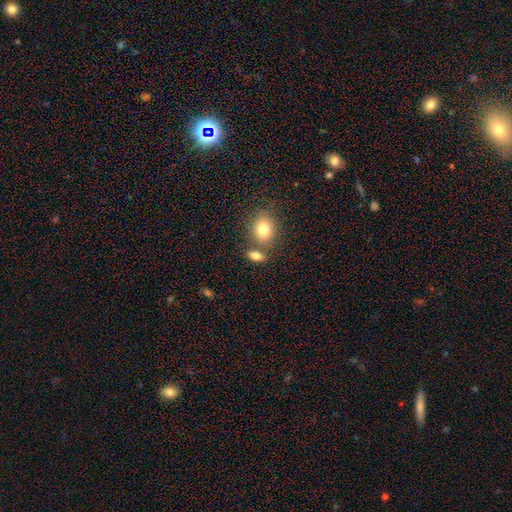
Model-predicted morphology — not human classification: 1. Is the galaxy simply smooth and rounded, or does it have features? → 79% smooth, 11% featured or disk, 10% star or artifact.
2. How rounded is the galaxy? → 77% in between, 15% round, 8% cigar-shaped.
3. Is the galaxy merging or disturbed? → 61% none, 24% merger, 10% minor disturbance, 4% major disturbance.